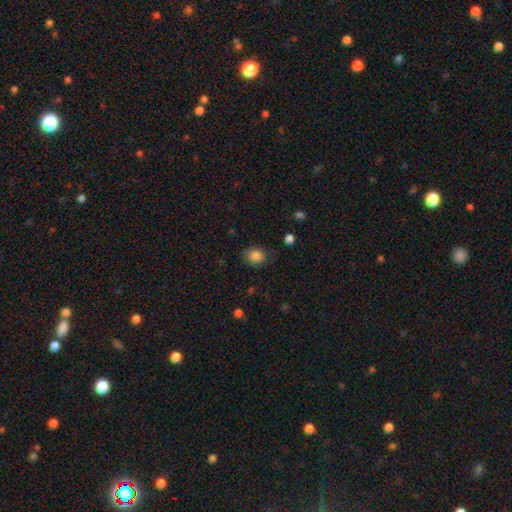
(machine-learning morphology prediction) A smooth galaxy with no disk features (85%) that is round (62%). Merging: none (80%).